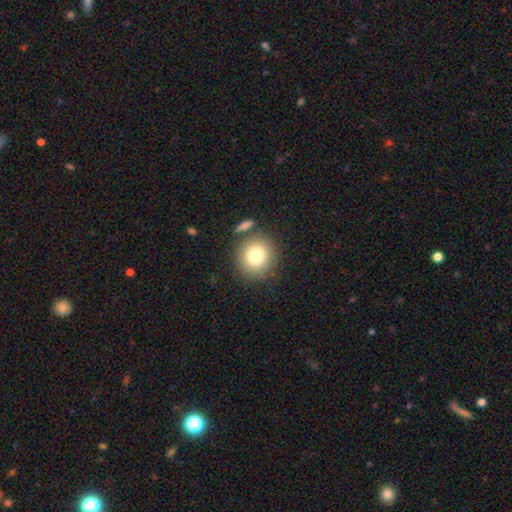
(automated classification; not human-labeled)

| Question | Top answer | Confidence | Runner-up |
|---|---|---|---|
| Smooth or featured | smooth | 81% | featured or disk (10%) |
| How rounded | round | 89% | in between (10%) |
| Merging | none | 78% | merger (10%) |